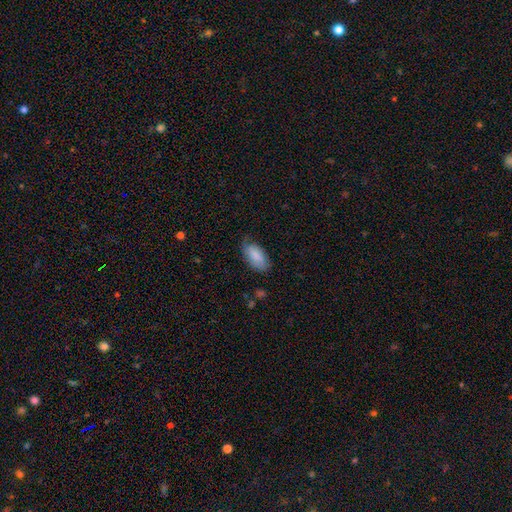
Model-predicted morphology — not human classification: This appears to be a smooth galaxy with no disk features (81%) that is in between round and cigar-shaped (93%). Merging: none (64%).